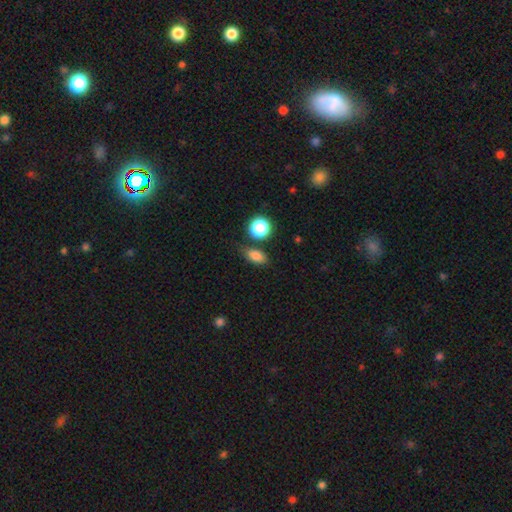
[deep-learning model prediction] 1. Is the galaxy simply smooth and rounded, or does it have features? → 82% smooth, 11% star or artifact, 7% featured or disk.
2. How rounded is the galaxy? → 75% in between, 20% round, 5% cigar-shaped.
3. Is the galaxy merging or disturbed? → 75% none, 14% minor disturbance, 7% merger, 4% major disturbance.